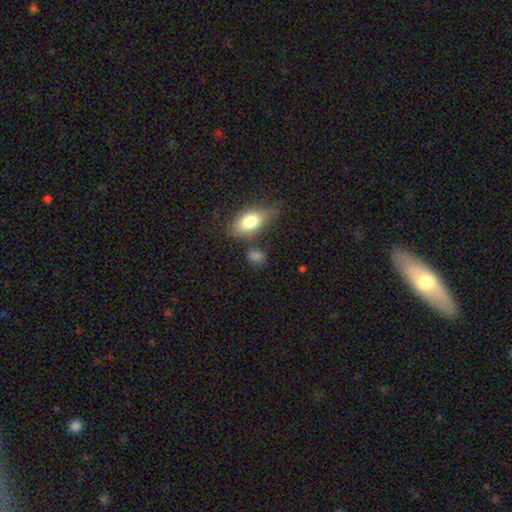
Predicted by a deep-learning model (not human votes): The model was most divided on "how rounded": in between: 61%, round: 33%, cigar-shaped: 6%. More confident: smooth or featured — smooth (80%); merging — none (62%).